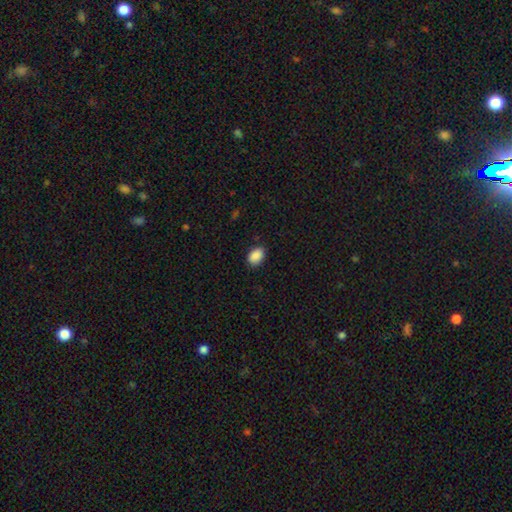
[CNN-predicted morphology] This is clearly a smooth galaxy (90%). How rounded: clearly in between (81%). Merging: clearly none (86%).